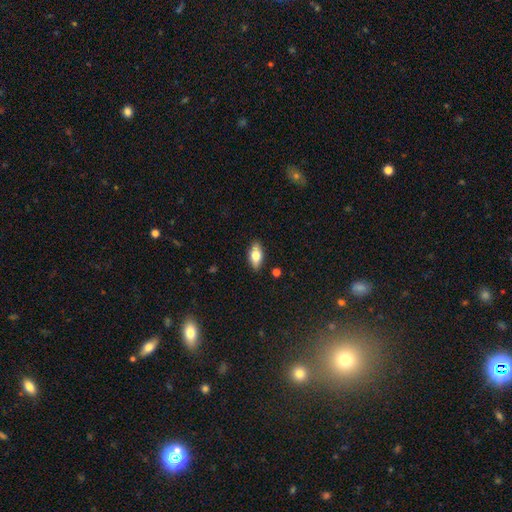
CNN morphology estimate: A smooth galaxy with no disk features (69%) that is in between round and cigar-shaped (84%).

Vote fractions:
- Smooth or featured? smooth: 69% / featured or disk: 24% / star or artifact: 7%
- How rounded? in between: 84% / cigar-shaped: 12% / round: 4%
- Merging? none: 87% / minor disturbance: 9% / major disturbance: 2% / merger: 1%